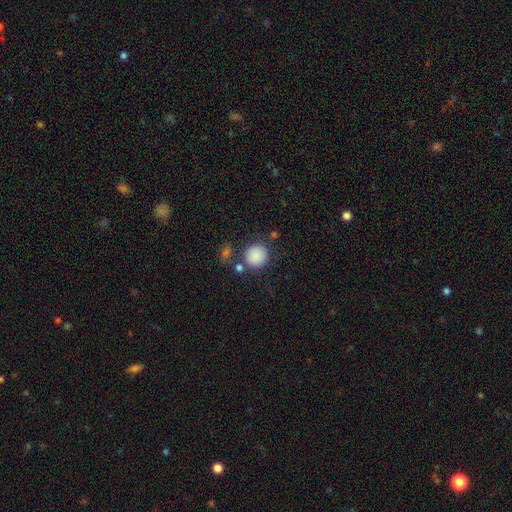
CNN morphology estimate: Smooth or featured? Predicted: smooth (p=0.87). How rounded? Predicted: round (p=0.88). Merging? Predicted: none (p=0.74).